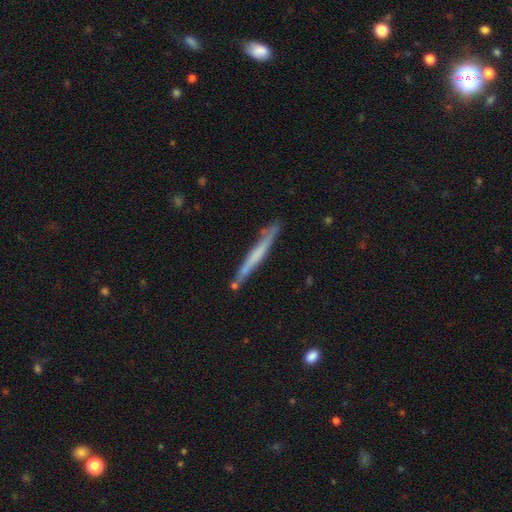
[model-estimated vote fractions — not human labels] Overall: featured or disk (49%; smooth 45%). Merging: none (81%).